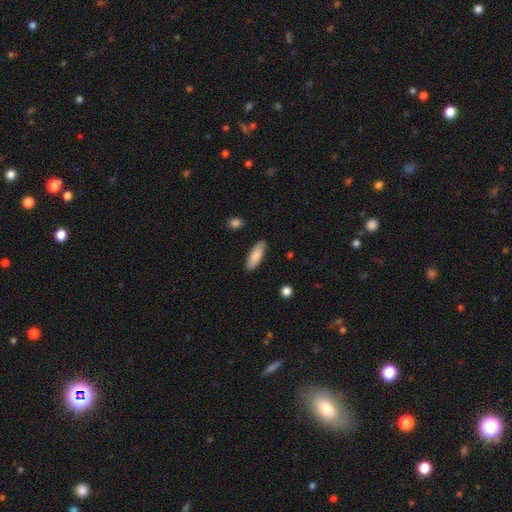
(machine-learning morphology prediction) Smooth or featured? Predicted: smooth (p=0.86). How rounded? Predicted: in between (p=0.68). Merging? Predicted: none (p=0.88).